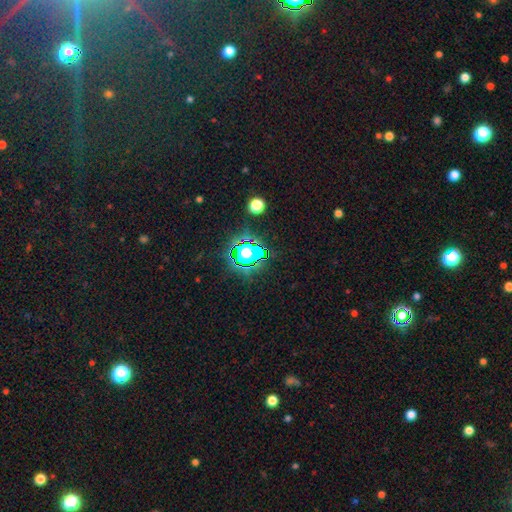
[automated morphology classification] The model was most divided on "smooth or featured": star or artifact: 81%, smooth: 12%, featured or disk: 7%.